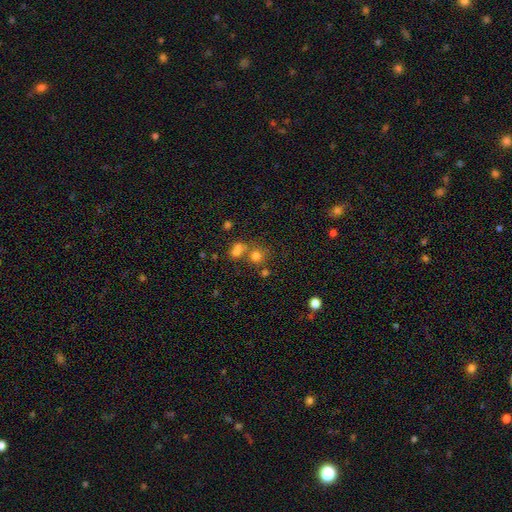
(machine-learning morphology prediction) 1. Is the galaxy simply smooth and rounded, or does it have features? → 68% smooth, 22% star or artifact, 10% featured or disk.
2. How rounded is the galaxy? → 84% round, 15% in between, 1% cigar-shaped.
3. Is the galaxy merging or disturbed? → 54% none, 34% merger, 8% minor disturbance, 4% major disturbance.